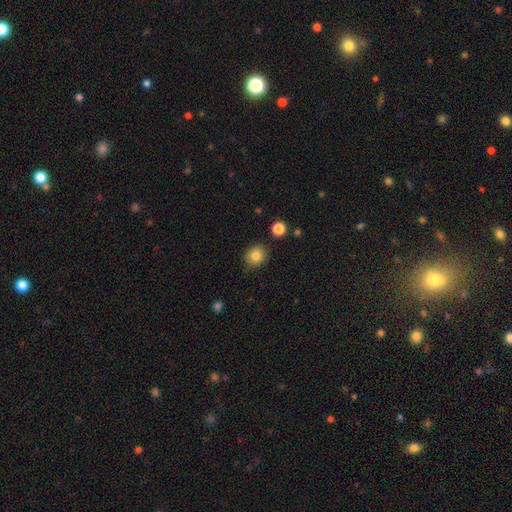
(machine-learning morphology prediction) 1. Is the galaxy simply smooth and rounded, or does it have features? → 83% smooth, 10% star or artifact, 7% featured or disk.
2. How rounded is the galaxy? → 82% round, 18% in between, 1% cigar-shaped.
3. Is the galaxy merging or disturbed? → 87% none, 9% minor disturbance, 2% major disturbance, 2% merger.